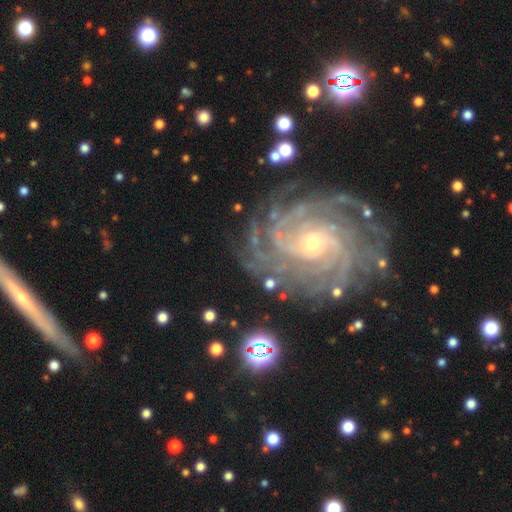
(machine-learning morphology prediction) A featured or disk galaxy (88%) with no bar (55%), 4 (23%) tight (76%) spiral arms (98%) and a small central bulge (60%). Merging: none (81%).